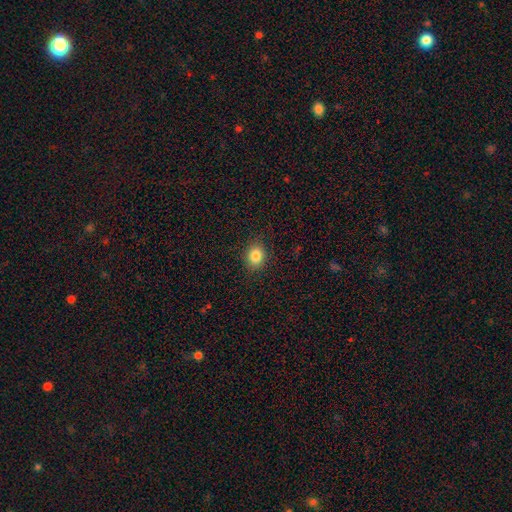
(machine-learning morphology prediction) The model was most divided on "how rounded": round: 51%, in between: 48%, cigar-shaped: 1%. More confident: merging — none (89%); smooth or featured — smooth (84%).